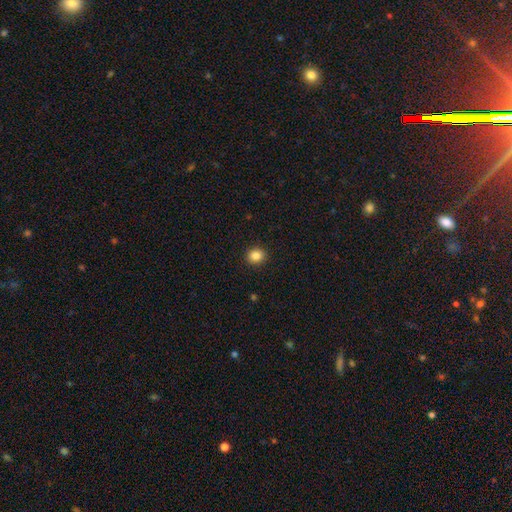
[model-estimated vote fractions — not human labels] Morphology: type=smooth (86%); roundness=round (74%); merging=none (91%).